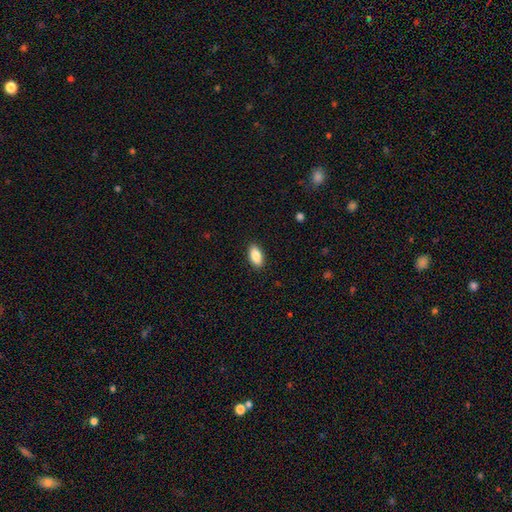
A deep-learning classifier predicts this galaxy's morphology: Q: Smooth or featured?
A: smooth (88%); runner-up: star or artifact (7%)
Q: How rounded?
A: in between (91%); runner-up: cigar-shaped (7%)
Q: Merging?
A: none (89%); runner-up: minor disturbance (8%)